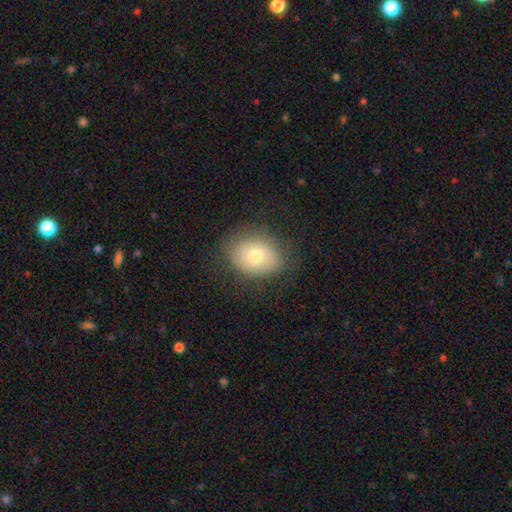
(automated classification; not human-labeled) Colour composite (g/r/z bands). It shows a smooth galaxy with no disk features (73%) that is in between round and cigar-shaped (62%). Merging: none (79%).